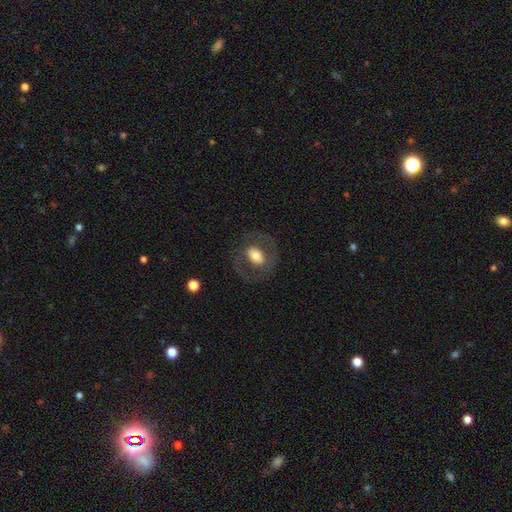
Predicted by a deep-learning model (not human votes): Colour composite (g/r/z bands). It shows a smooth galaxy with no disk features (51%) that is in between round and cigar-shaped (60%). Merging: none (73%).